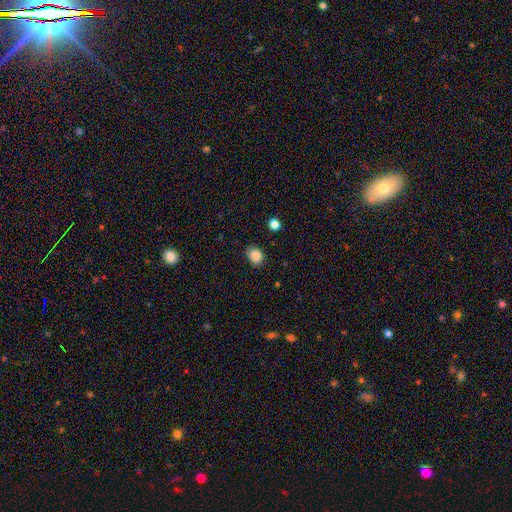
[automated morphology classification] Q: Smooth or featured?
A: smooth (86%); runner-up: star or artifact (10%)
Q: How rounded?
A: round (52%); runner-up: in between (48%)
Q: Merging?
A: none (78%); runner-up: minor disturbance (17%)